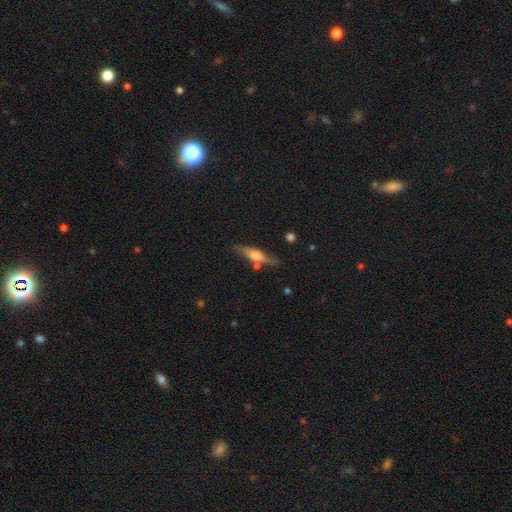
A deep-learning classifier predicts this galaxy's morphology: A smooth galaxy with no disk features (49%). Merging: none (74%).